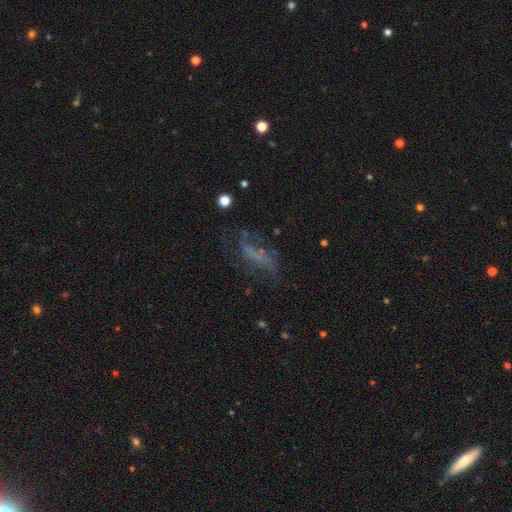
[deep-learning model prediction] This appears to be a featured or disk galaxy (51%). Merging: none (43%).